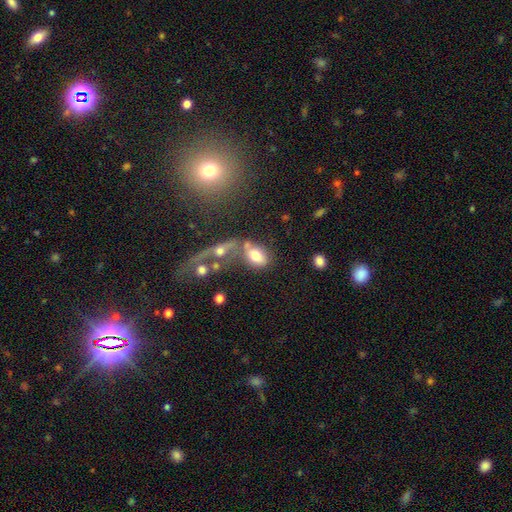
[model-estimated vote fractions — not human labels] A smooth galaxy with no disk features (71%) that is in between round and cigar-shaped (84%).

Vote fractions:
- Smooth or featured? smooth: 71% / featured or disk: 19% / star or artifact: 10%
- How rounded? in between: 84% / round: 13% / cigar-shaped: 3%
- Merging? none: 40% / merger: 36% / minor disturbance: 14% / major disturbance: 9%